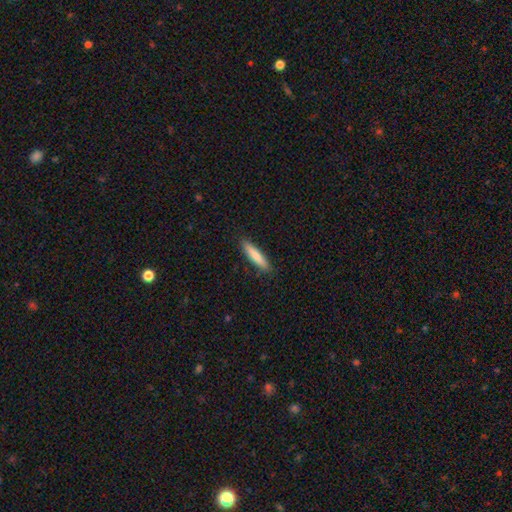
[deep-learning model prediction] The model was most divided on "smooth or featured": smooth: 79%, featured or disk: 15%, star or artifact: 6%. More confident: merging — none (88%); how rounded — cigar-shaped (84%).